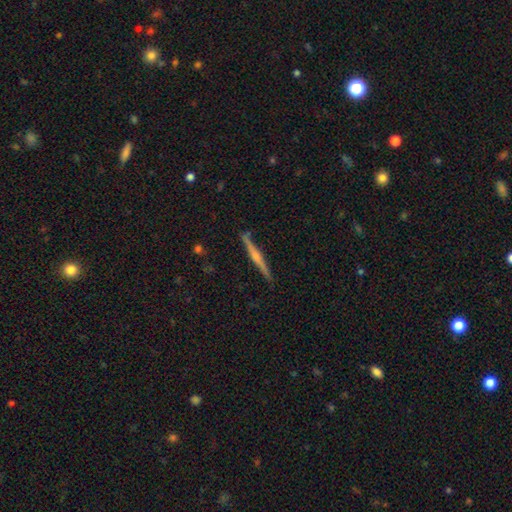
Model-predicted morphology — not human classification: A featured or disk galaxy (78%) viewed edge-on (98%) with a rounded central bulge (81%).

Vote fractions:
- Smooth or featured? featured or disk: 78% / smooth: 16% / star or artifact: 6%
- Edge-on disk? yes: 98% / no: 2%
- Edge-on bulge? rounded: 81% / none: 13% / boxy: 6%
- Merging? none: 88% / minor disturbance: 9% / major disturbance: 2% / merger: 1%